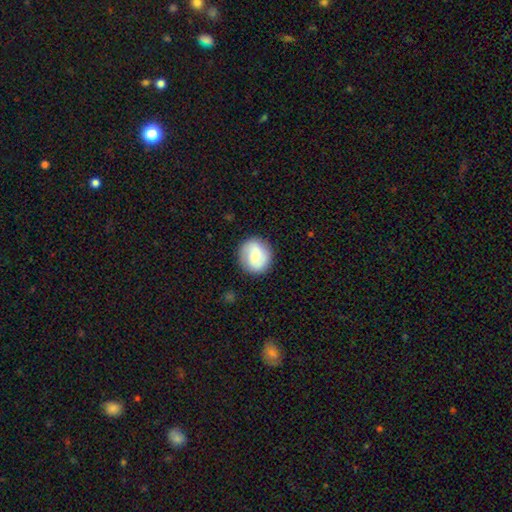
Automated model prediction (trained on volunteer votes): Smooth or featured? smooth (66%)
How rounded? round (84%)
Merging? none (84%)